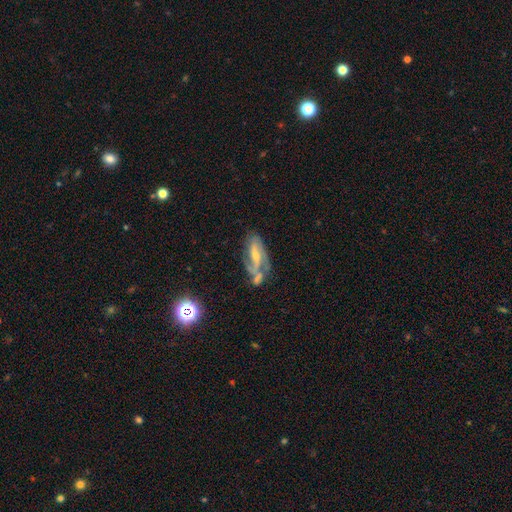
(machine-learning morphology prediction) A featured or disk galaxy (77%) with a weak bar (42%), 2 (67%) medium (46%) spiral arms (91%) and a small central bulge (56%).

Vote fractions:
- Smooth or featured? featured or disk: 77% / smooth: 15% / star or artifact: 7%
- Edge-on disk? no: 92% / yes: 8%
- Bar? weak: 42% / no: 33% / strong: 25%
- Spiral arms? yes: 91% / no: 9%
- Spiral winding? medium: 46% / loose: 28% / tight: 26%
- Spiral arm count? 2: 67% / can't tell: 13% / 1: 9% / 3: 8% / 4: 2% / more than 4: 2%
- Bulge size? small: 56% / moderate: 36% / none: 5% / large: 2% / dominant: 1%
- Merging? none: 42% / minor disturbance: 23% / merger: 19% / major disturbance: 16%